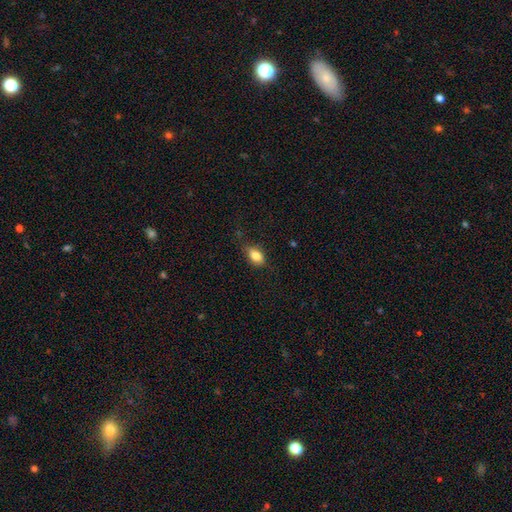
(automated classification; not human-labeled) smooth 83%, featured or disk 9%, star or artifact 8%. Down the decision tree: how rounded — in between (86%); merging — none (71%).